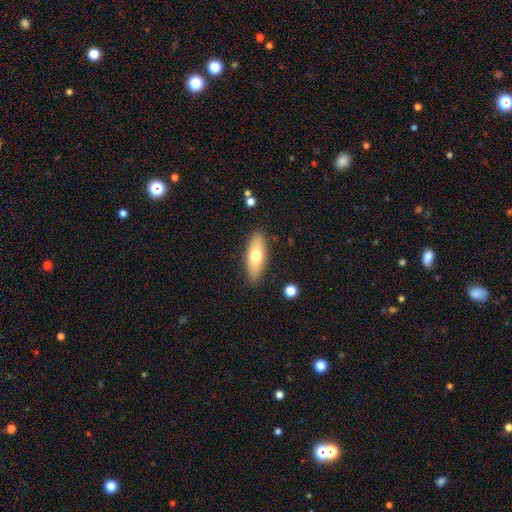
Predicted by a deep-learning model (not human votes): A smooth galaxy with no disk features (69%) that is in between round and cigar-shaped (66%).

Vote fractions:
- Smooth or featured? smooth: 69% / featured or disk: 25% / star or artifact: 6%
- How rounded? in between: 66% / cigar-shaped: 31% / round: 3%
- Merging? none: 86% / minor disturbance: 10% / major disturbance: 2% / merger: 2%